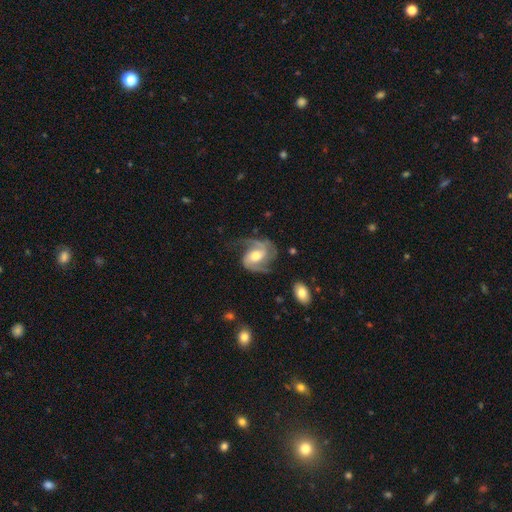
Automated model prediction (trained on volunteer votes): A featured or disk galaxy (88%) with a weak bar (42%), 2 (75%) medium (52%) spiral arms (97%) and a moderate central bulge (67%).

Vote fractions:
- Smooth or featured? featured or disk: 88% / smooth: 7% / star or artifact: 5%
- Edge-on disk? no: 98% / yes: 2%
- Bar? weak: 42% / no: 37% / strong: 21%
- Spiral arms? yes: 97% / no: 3%
- Spiral winding? medium: 52% / tight: 24% / loose: 24%
- Spiral arm count? 2: 75% / 3: 13% / can't tell: 5% / 1: 4% / 4: 2% / more than 4: 2%
- Bulge size? moderate: 67% / small: 22% / large: 9% / none: 1% / dominant: 1%
- Merging? none: 65% / minor disturbance: 19% / major disturbance: 14% / merger: 2%